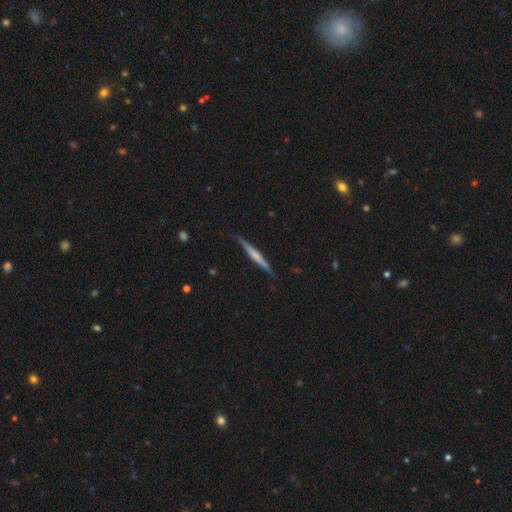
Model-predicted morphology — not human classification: Smooth or featured? featured or disk (59%)
Edge-on disk? yes (98%)
Edge-on bulge? none (45%)
Merging? none (87%)